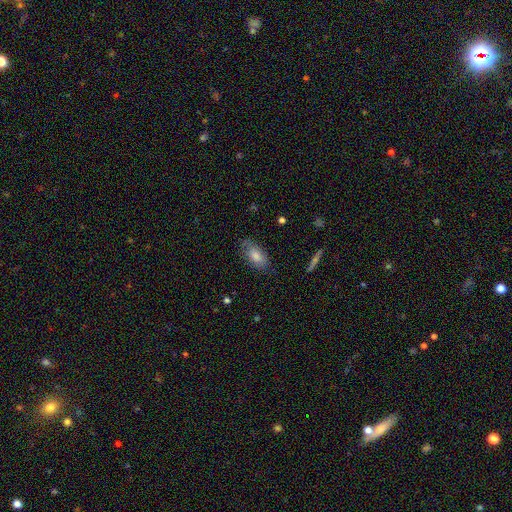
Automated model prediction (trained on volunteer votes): Smooth or featured?
  - smooth: 73% *
  - featured or disk: 19%
  - star or artifact: 8%
How rounded?
  - in between: 89% *
  - cigar-shaped: 8%
  - round: 4%
Merging?
  - none: 75% *
  - minor disturbance: 19%
  - major disturbance: 4%
  - merger: 1%